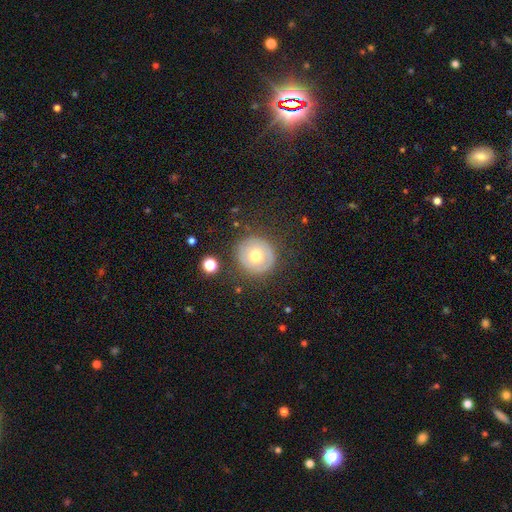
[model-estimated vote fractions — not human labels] smooth_or_featured: smooth (p=0.61) [alt: featured or disk p=0.29]
how_rounded: round (p=0.93) [alt: in between p=0.06]
merging: none (p=0.82) [alt: minor disturbance p=0.11]